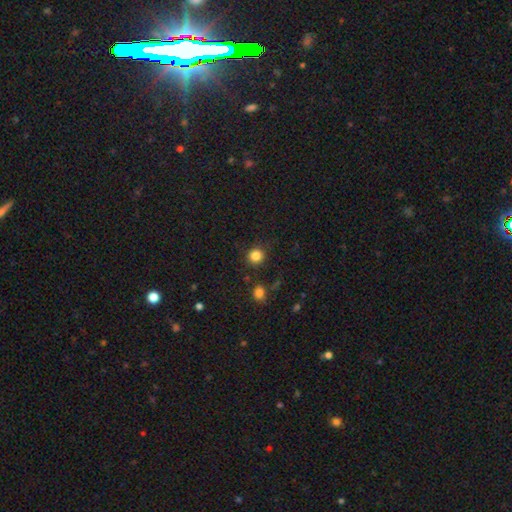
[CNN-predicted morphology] Overall: smooth (84%). How rounded: round (93%). Merging: none (88%).